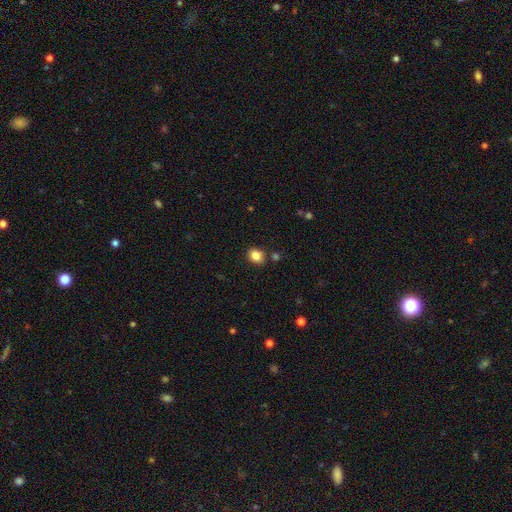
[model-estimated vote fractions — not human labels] Overall: smooth (84%). How rounded: round (54%; in between 45%). Merging: none (83%).